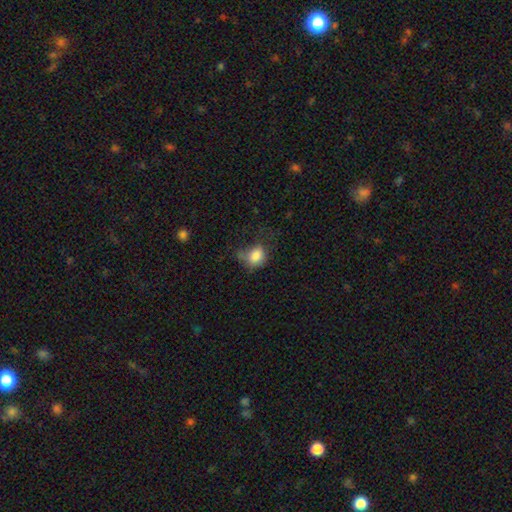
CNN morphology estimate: Overall: smooth (82%). How rounded: in between (53%; round 46%). Merging: none (41%; minor disturbance 32%).